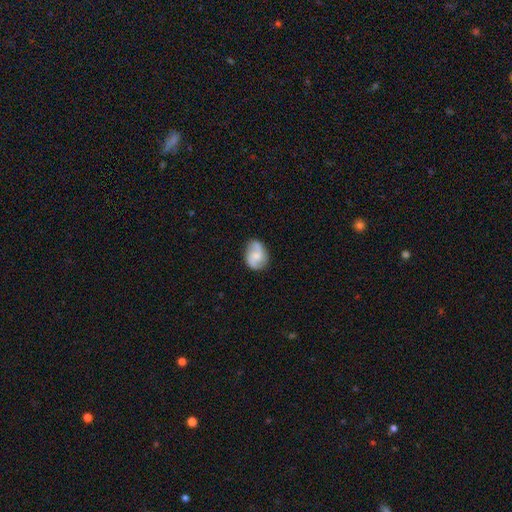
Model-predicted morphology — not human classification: A featured or disk galaxy (51%). Merging: none (70%).